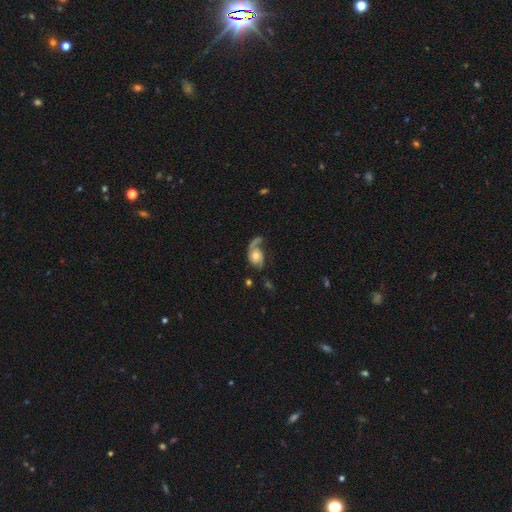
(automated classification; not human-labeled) Morphology: type=featured or disk (72%); edge-on=no (97%); bar=no (76%); spiral arms=yes (89%); winding=loose (51%); arm count=1 (51%); bulge=moderate (59%); merging=none (38%).